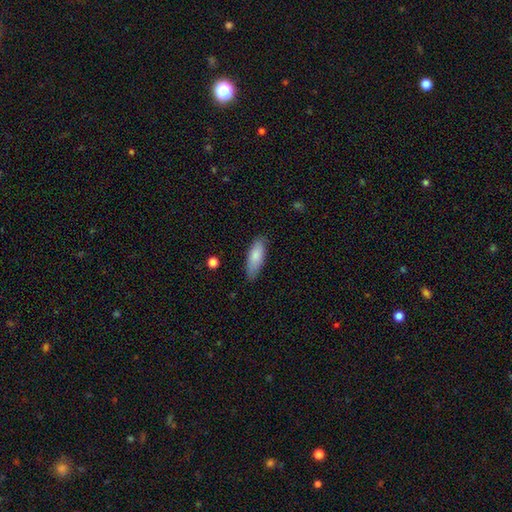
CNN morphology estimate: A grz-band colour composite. It shows a smooth galaxy with no disk features (83%) that is in between round and cigar-shaped (65%). Merging: none (80%).